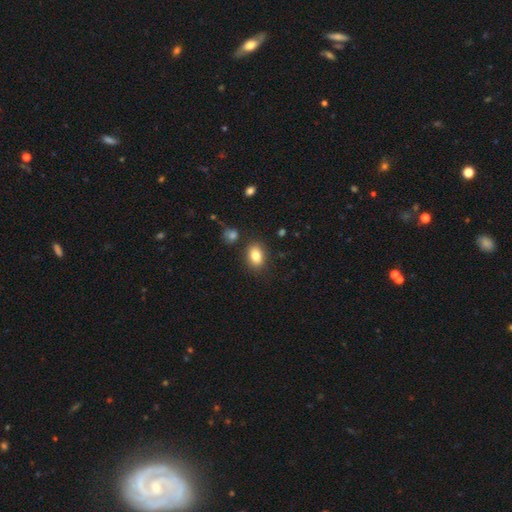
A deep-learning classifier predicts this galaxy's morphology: Smooth or featured: smooth — 83% (star or artifact — 9%)
How rounded: in between — 77% (round — 21%)
Merging: none — 83% (minor disturbance — 11%)